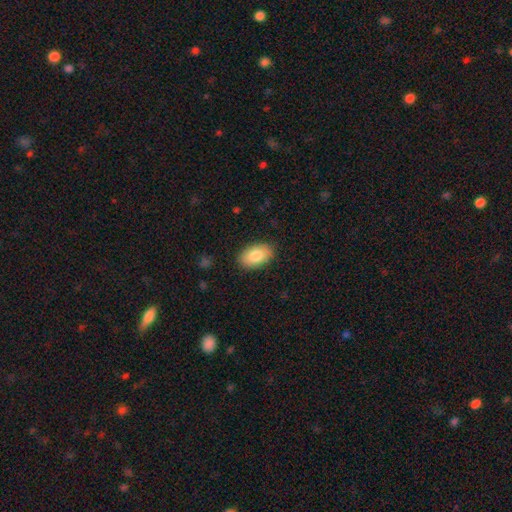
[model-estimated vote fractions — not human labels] A smooth galaxy with no disk features (84%) that is in between round and cigar-shaped (92%). Merging: none (87%).